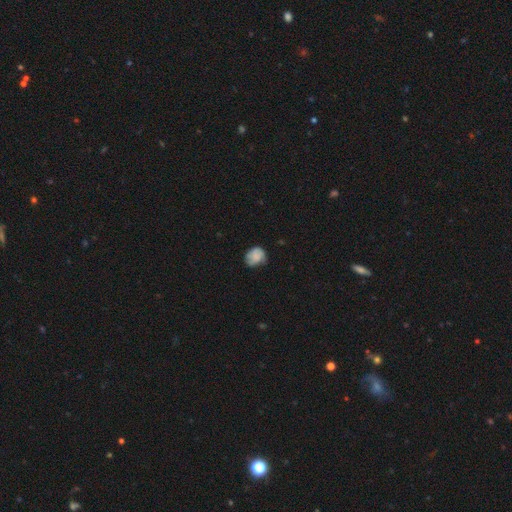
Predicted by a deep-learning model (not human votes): A smooth galaxy with no disk features (71%) that is round (62%).

Vote fractions:
- Smooth or featured? smooth: 71% / featured or disk: 20% / star or artifact: 8%
- How rounded? round: 62% / in between: 37% / cigar-shaped: 1%
- Merging? none: 60% / minor disturbance: 30% / major disturbance: 8% / merger: 2%